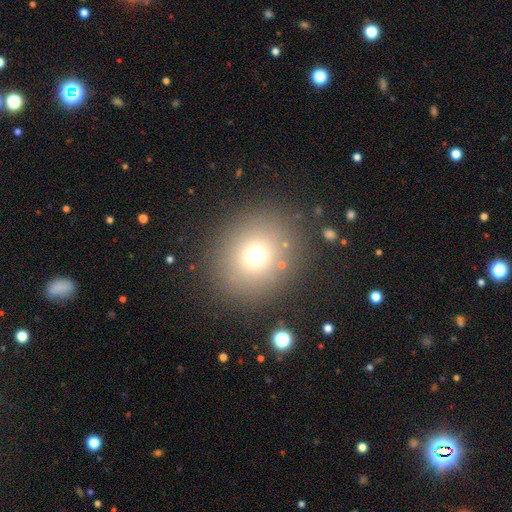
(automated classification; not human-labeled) This is likely a smooth galaxy (69%). How rounded: clearly round (82%). Merging: clearly none (85%).